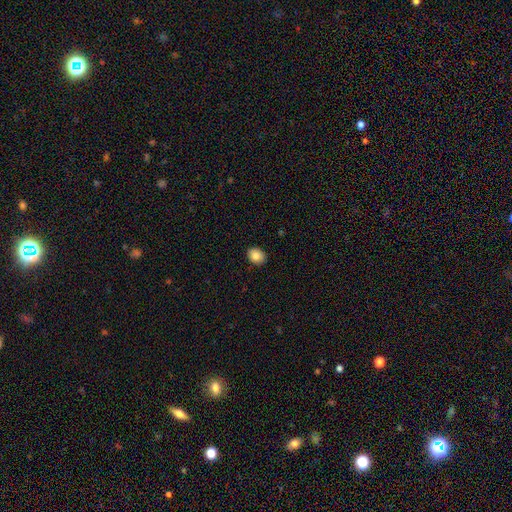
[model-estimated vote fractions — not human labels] Smooth or featured? smooth (83%)
How rounded? in between (52%)
Merging? none (90%)